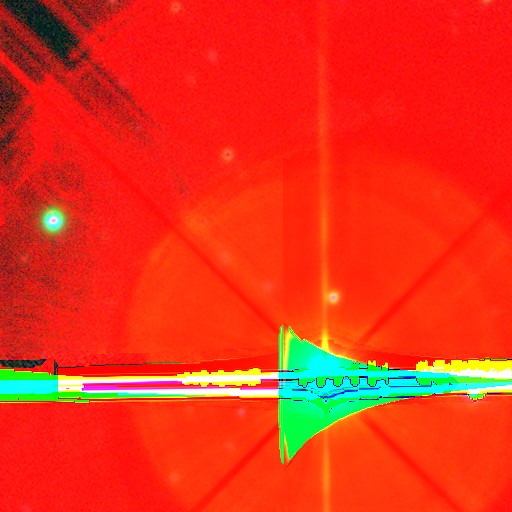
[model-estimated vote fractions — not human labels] Smooth or featured?
  - star or artifact: 89% *
  - featured or disk: 6%
  - smooth: 4%